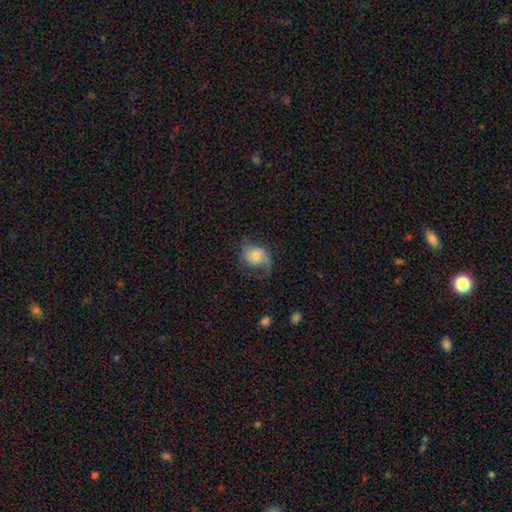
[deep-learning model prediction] This is likely a featured or disk galaxy (63%). It is clearly not viewed edge-on (96%). Bar: likely no (72%). Spiral arm pattern: clearly yes (90%). Spiral arm count: likely 2 (75%). Spiral winding: likely loose (60%). Central bulge: possibly moderate (55%). Merging: possibly none (56%).